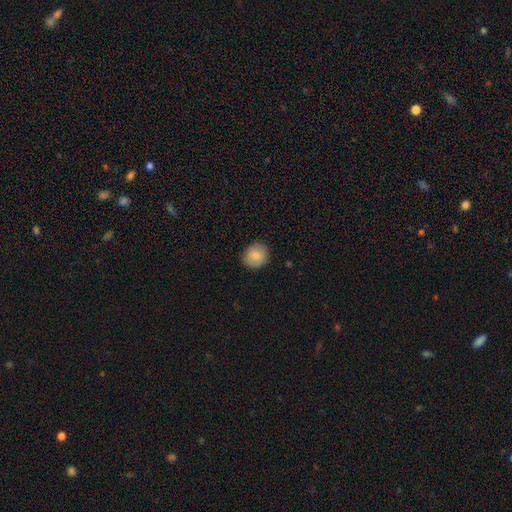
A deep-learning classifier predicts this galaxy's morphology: Q: Smooth or featured?
A: smooth (84%); runner-up: featured or disk (8%)
Q: How rounded?
A: round (84%); runner-up: in between (15%)
Q: Merging?
A: none (87%); runner-up: minor disturbance (9%)